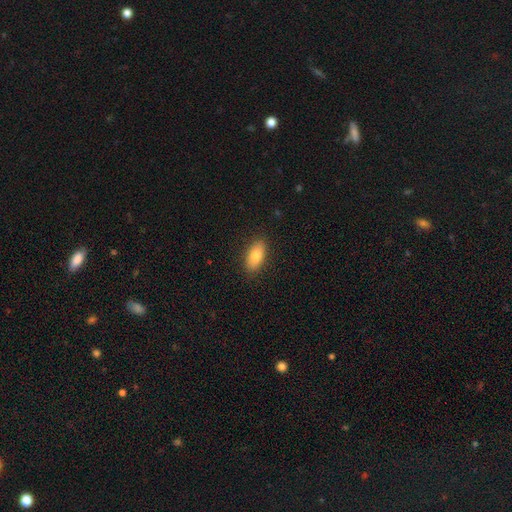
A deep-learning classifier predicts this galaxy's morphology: Smooth or featured? smooth (80%)
How rounded? in between (89%)
Merging? none (88%)